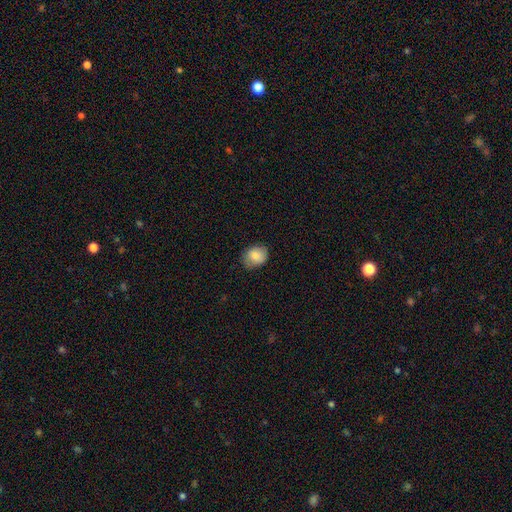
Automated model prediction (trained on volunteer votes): Smooth or featured? Predicted: smooth (p=0.83). How rounded? Predicted: in between (p=0.50). Merging? Predicted: none (p=0.77).